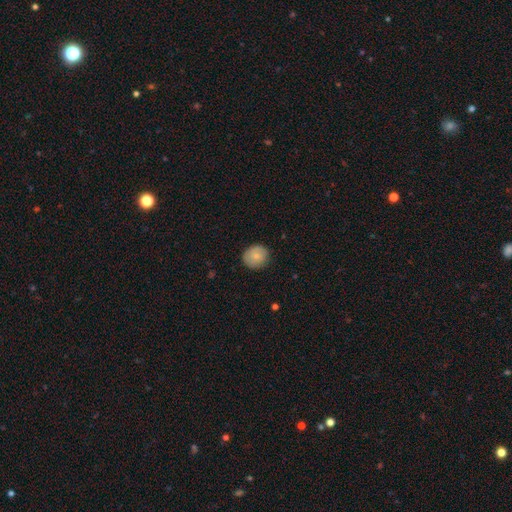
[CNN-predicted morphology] type=smooth (79%); roundness=round (85%); merging=none (85%).